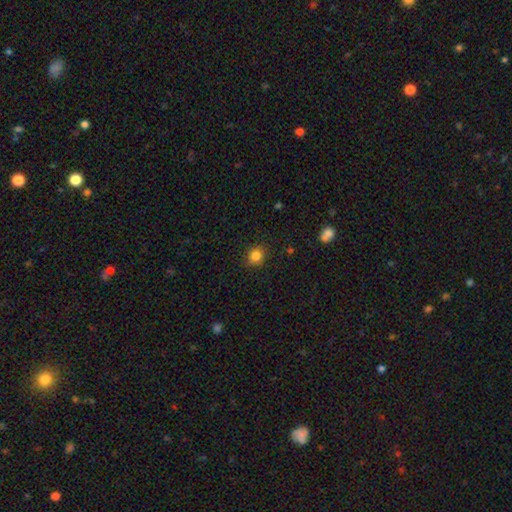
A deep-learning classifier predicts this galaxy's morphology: A smooth galaxy with no disk features (84%) that is round (81%).

Vote fractions:
- Smooth or featured? smooth: 84% / star or artifact: 12% / featured or disk: 5%
- How rounded? round: 81% / in between: 18% / cigar-shaped: 1%
- Merging? none: 86% / minor disturbance: 10% / major disturbance: 2% / merger: 1%